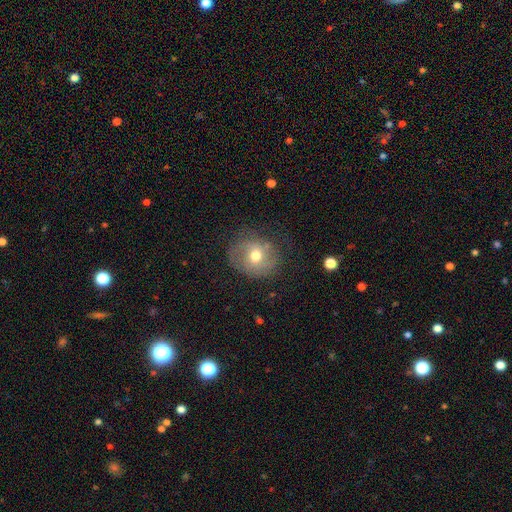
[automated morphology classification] featured or disk 49%, smooth 41%, star or artifact 9%. Down the decision tree: merging — none (69%).